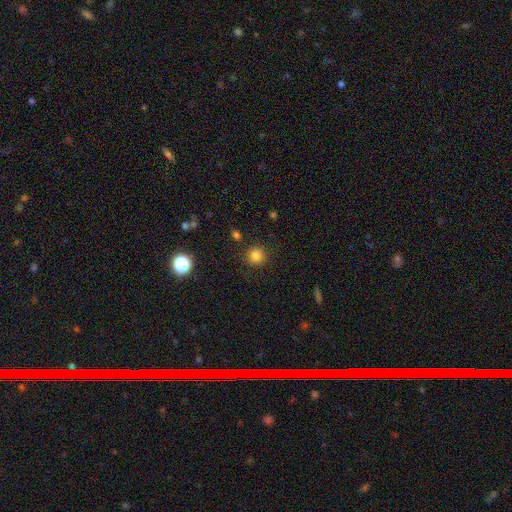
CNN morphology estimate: smooth_or_featured: smooth (p=0.82) [alt: star or artifact p=0.13]
how_rounded: round (p=0.93) [alt: in between p=0.06]
merging: none (p=0.89) [alt: minor disturbance p=0.07]